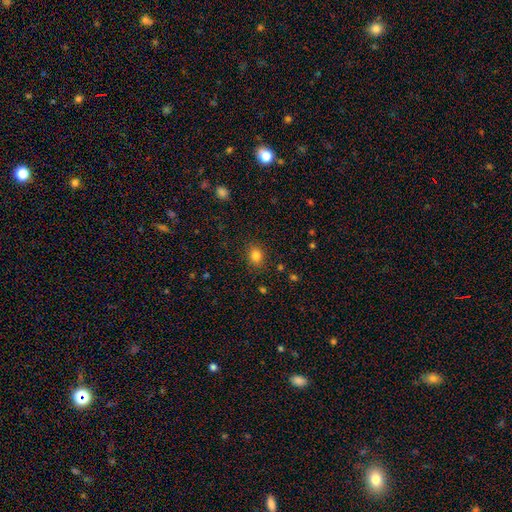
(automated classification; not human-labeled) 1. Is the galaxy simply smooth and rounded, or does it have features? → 83% smooth, 12% star or artifact, 6% featured or disk.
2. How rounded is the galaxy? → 50% in between, 49% round, 1% cigar-shaped.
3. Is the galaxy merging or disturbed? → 86% none, 10% minor disturbance, 3% major disturbance, 1% merger.